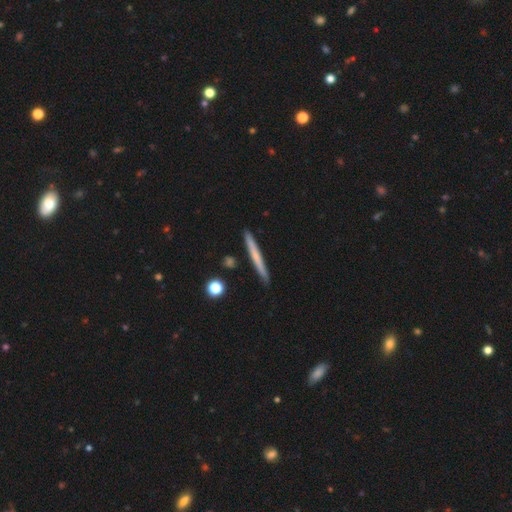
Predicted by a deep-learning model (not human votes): Overall: smooth (58%; featured or disk 36%). How rounded: cigar-shaped (97%). Merging: none (90%).